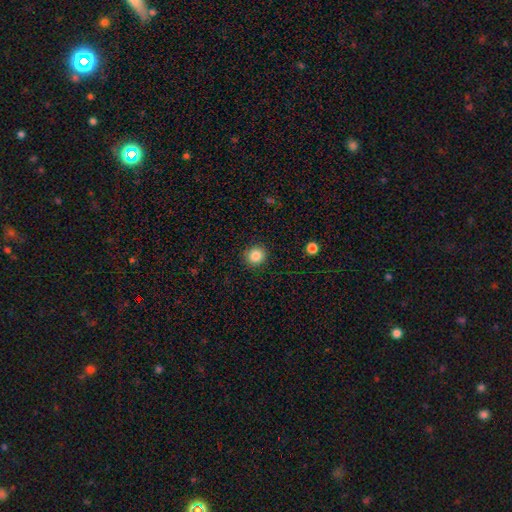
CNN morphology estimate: A smooth galaxy with no disk features (86%) that is round (91%).

Vote fractions:
- Smooth or featured? smooth: 86% / star or artifact: 10% / featured or disk: 4%
- How rounded? round: 91% / in between: 8% / cigar-shaped: 1%
- Merging? none: 91% / minor disturbance: 6% / major disturbance: 2% / merger: 1%